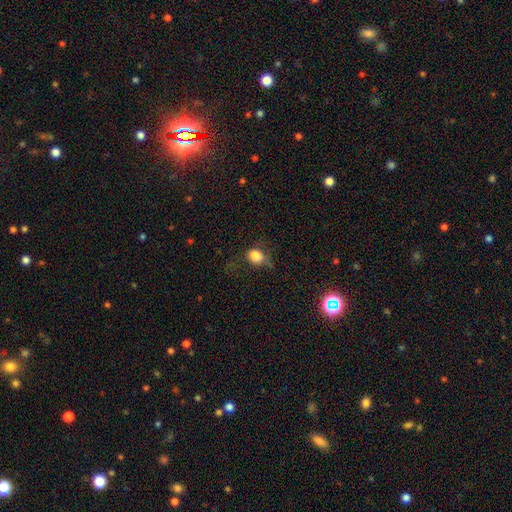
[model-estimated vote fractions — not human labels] The model was most divided on "how rounded": in between: 52%, round: 47%, cigar-shaped: 2%. Remaining: smooth or featured — smooth (80%); merging — none (42%).